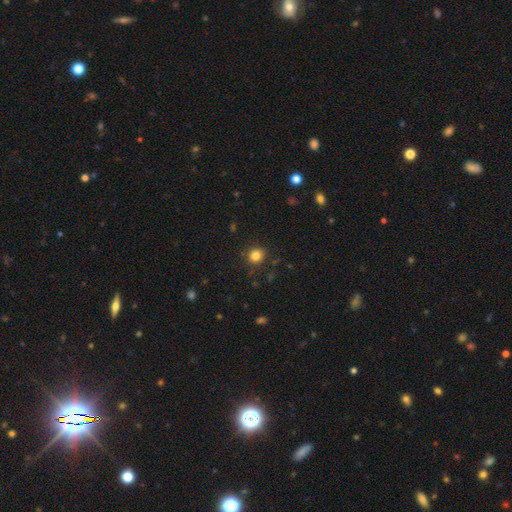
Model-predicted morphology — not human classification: smooth-or-featured: smooth: 83% | star or artifact: 12% | featured or disk: 5%
  how-rounded: round: 82% | in between: 17% | cigar-shaped: 1%
  merging: none: 88% | minor disturbance: 9% | major disturbance: 3% | merger: 1%